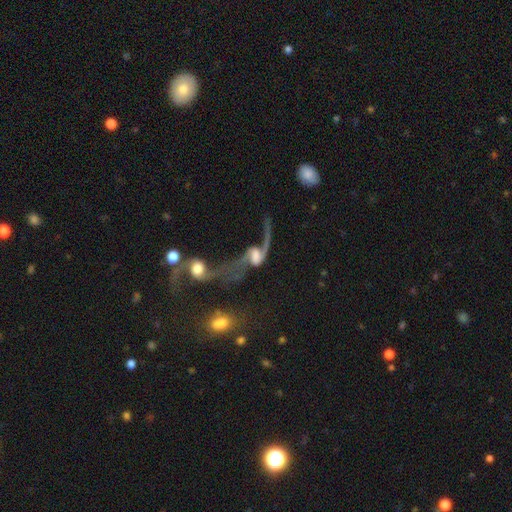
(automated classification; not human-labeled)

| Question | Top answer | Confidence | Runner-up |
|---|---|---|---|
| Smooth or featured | featured or disk | 79% | smooth (13%) |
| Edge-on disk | no | 94% | yes (6%) |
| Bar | weak | 40% | no (35%) |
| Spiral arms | yes | 88% | no (12%) |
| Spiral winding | loose | 86% | medium (11%) |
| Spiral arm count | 2 | 75% | 1 (18%) |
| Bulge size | moderate | 27% | none (25%) |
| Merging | merger | 58% | major disturbance (22%) |